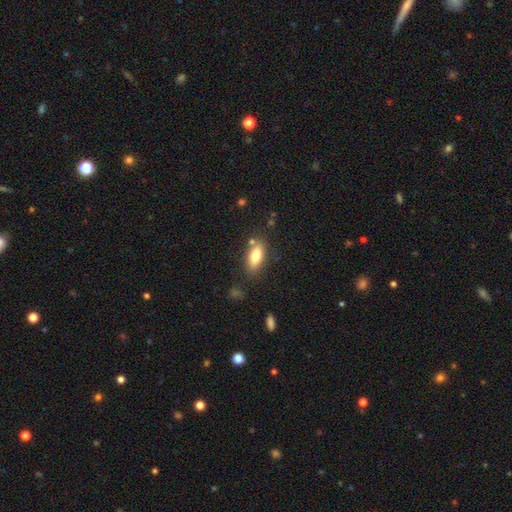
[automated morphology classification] Q: Smooth or featured?
A: smooth (79%); runner-up: featured or disk (13%)
Q: How rounded?
A: in between (80%); runner-up: cigar-shaped (16%)
Q: Merging?
A: none (76%); runner-up: minor disturbance (14%)